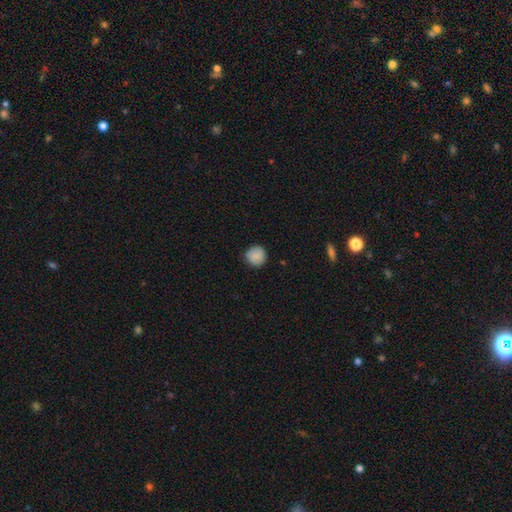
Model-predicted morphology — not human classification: A smooth galaxy with no disk features (87%) that is round (94%). Merging: none (87%).